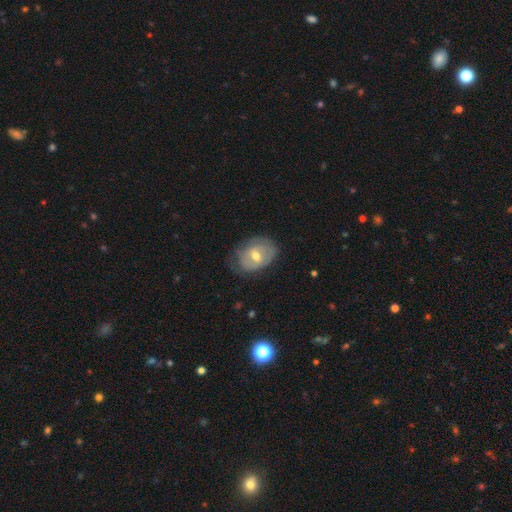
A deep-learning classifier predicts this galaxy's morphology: type=featured or disk (53%); edge-on=no (94%); bar=weak (44%); spiral arms=no (52%); bulge=moderate (72%); merging=none (59%).